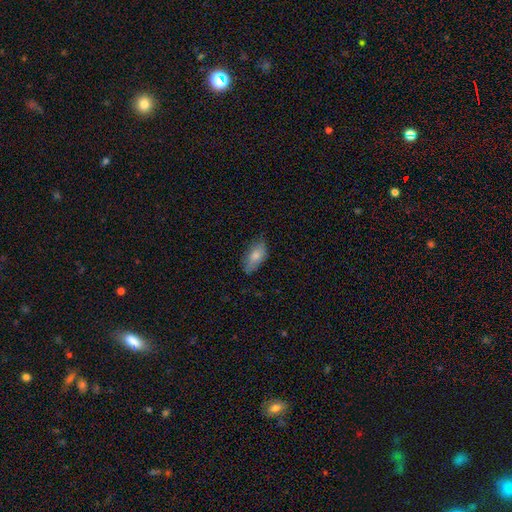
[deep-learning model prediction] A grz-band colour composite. It shows a smooth galaxy with no disk features (79%) that is in between round and cigar-shaped (91%). Merging: none (69%).